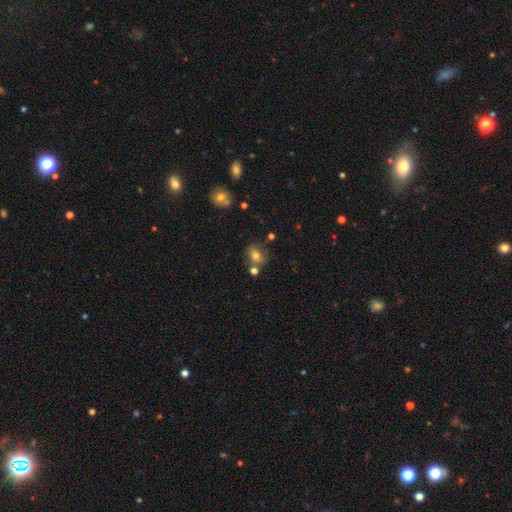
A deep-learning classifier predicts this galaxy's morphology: Smooth or featured?
  - smooth: 69% *
  - featured or disk: 18%
  - star or artifact: 13%
How rounded?
  - in between: 55% *
  - round: 43%
  - cigar-shaped: 2%
Merging?
  - none: 65% *
  - minor disturbance: 15%
  - merger: 15%
  - major disturbance: 5%